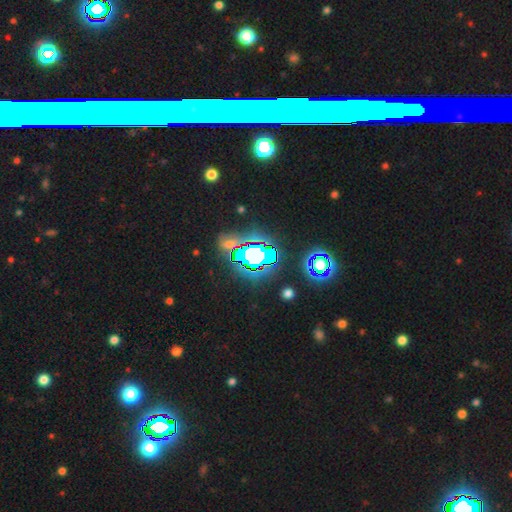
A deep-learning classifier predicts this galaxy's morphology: This appears to be a star or artifact, not a galaxy (66%).